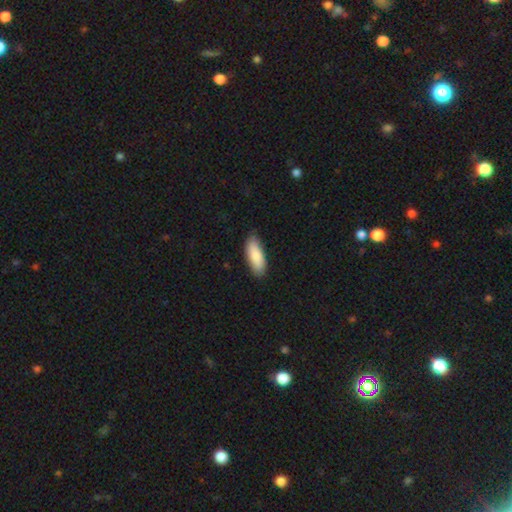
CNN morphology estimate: This appears to be a smooth galaxy with no disk features (87%) that is in between round and cigar-shaped (75%). Merging: none (83%).